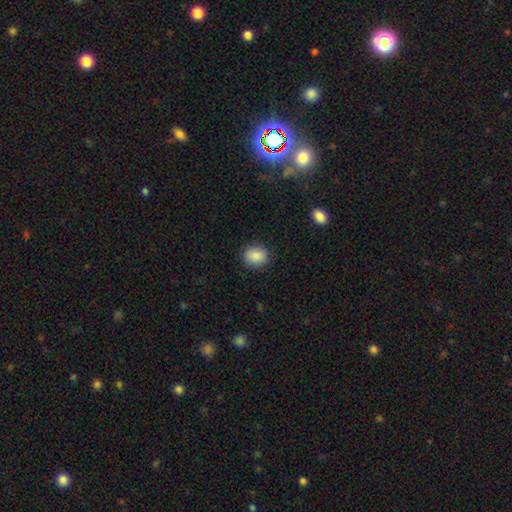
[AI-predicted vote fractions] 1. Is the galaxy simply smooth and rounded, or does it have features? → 88% smooth, 8% star or artifact, 4% featured or disk.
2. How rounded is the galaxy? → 71% round, 28% in between, 1% cigar-shaped.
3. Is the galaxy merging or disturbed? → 89% none, 8% minor disturbance, 2% major disturbance, 1% merger.